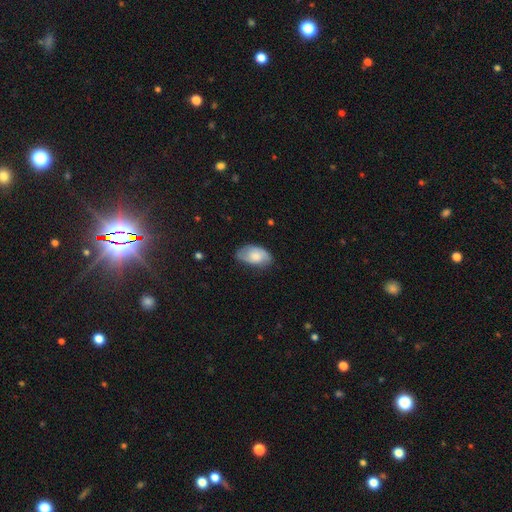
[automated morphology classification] A smooth galaxy with no disk features (59%) that is in between round and cigar-shaped (93%).

Vote fractions:
- Smooth or featured? smooth: 59% / featured or disk: 34% / star or artifact: 7%
- How rounded? in between: 93% / round: 5% / cigar-shaped: 2%
- Merging? none: 67% / minor disturbance: 26% / major disturbance: 6% / merger: 1%